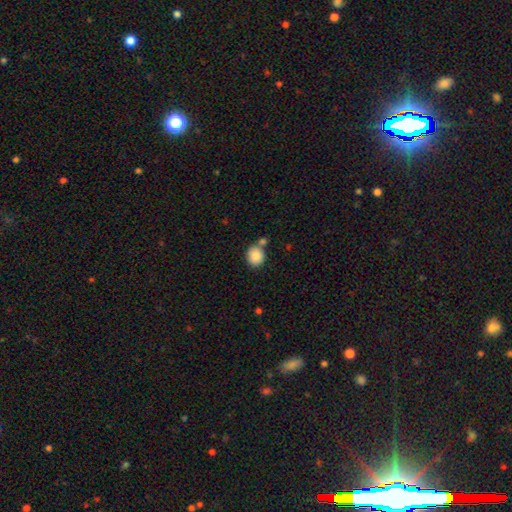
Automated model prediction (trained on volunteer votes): Smooth or featured?
  - smooth: 86% *
  - star or artifact: 8%
  - featured or disk: 6%
How rounded?
  - round: 72% *
  - in between: 27%
  - cigar-shaped: 1%
Merging?
  - none: 63% *
  - merger: 22%
  - minor disturbance: 11%
  - major disturbance: 3%